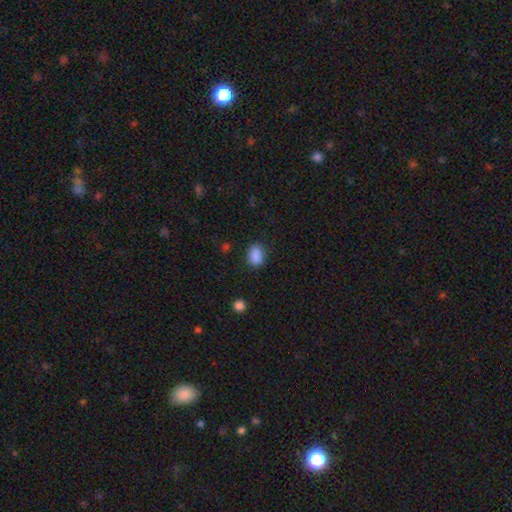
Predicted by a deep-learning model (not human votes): smooth 87%, star or artifact 9%, featured or disk 3%. Down the decision tree: how rounded — in between (76%); merging — none (82%).